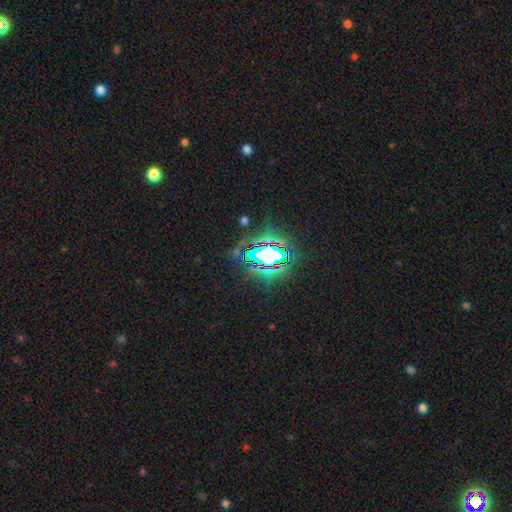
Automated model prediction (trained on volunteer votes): Smooth or featured: star or artifact — 83% (smooth — 10%)